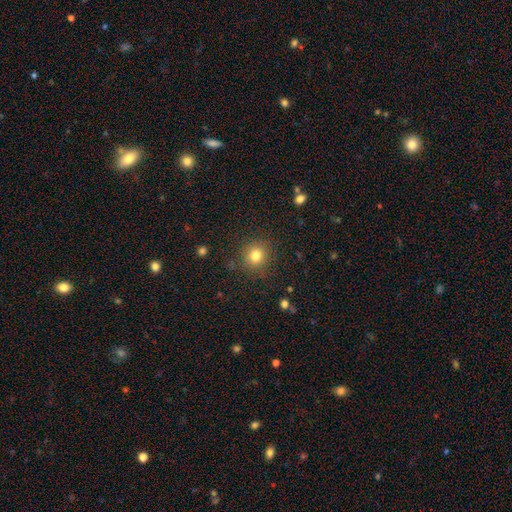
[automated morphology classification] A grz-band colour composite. It shows a smooth galaxy with no disk features (80%) that is round (88%). Merging: none (87%).